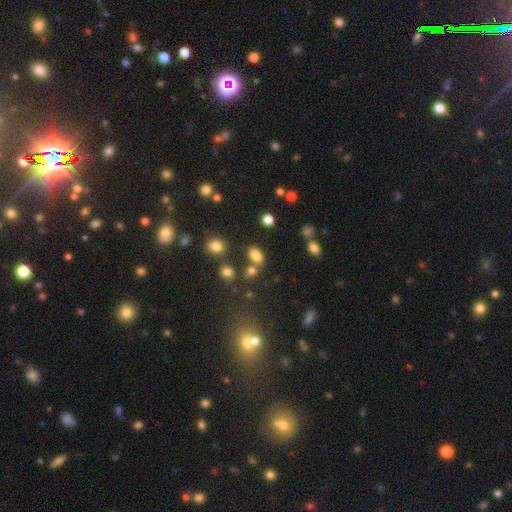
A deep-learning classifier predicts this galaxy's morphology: Overall: smooth (80%). How rounded: in between (85%). Merging: none (65%).